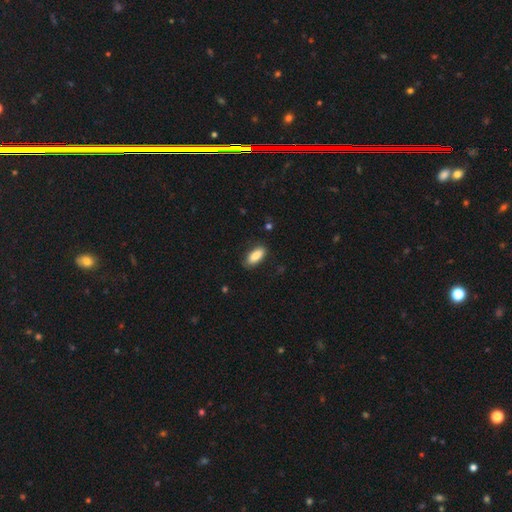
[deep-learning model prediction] This is clearly a smooth galaxy (86%). How rounded: clearly in between (85%). Merging: clearly none (82%).